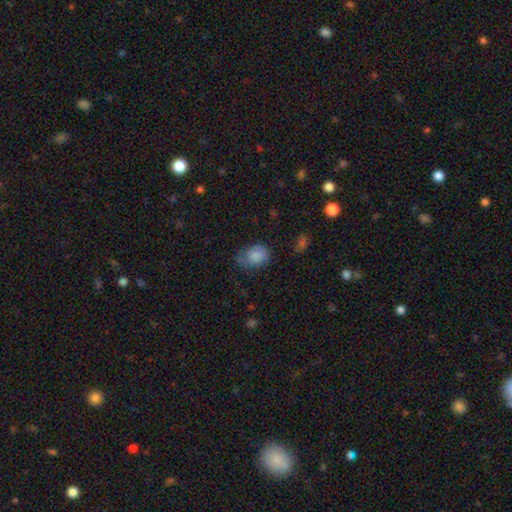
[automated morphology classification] smooth_or_featured: smooth (p=0.82) [alt: featured or disk p=0.09]
how_rounded: in between (p=0.62) [alt: round p=0.37]
merging: none (p=0.49) [alt: minor disturbance p=0.35]